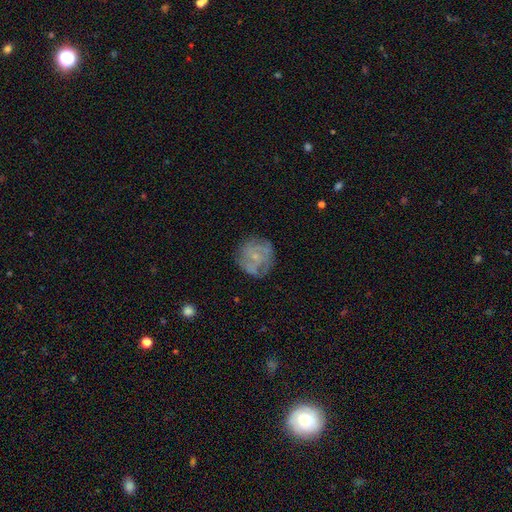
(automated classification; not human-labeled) The model was most divided on "smooth or featured": featured or disk: 63%, smooth: 28%, star or artifact: 9%. More confident: edge-on disk — no (98%); spiral arms — yes (78%); bulge size — small (75%); bar — no (74%); merging — none (73%).